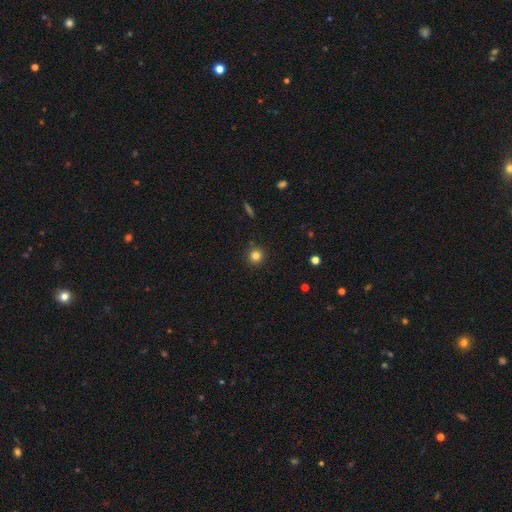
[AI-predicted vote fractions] Q: Smooth or featured?
A: smooth (82%); runner-up: star or artifact (12%)
Q: How rounded?
A: round (93%); runner-up: in between (6%)
Q: Merging?
A: none (90%); runner-up: minor disturbance (6%)